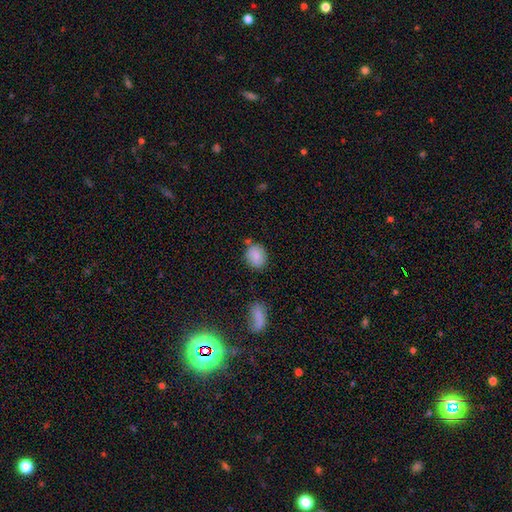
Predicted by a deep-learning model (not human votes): Q: Smooth or featured?
A: smooth (84%); runner-up: star or artifact (8%)
Q: How rounded?
A: round (62%); runner-up: in between (37%)
Q: Merging?
A: none (75%); runner-up: minor disturbance (15%)